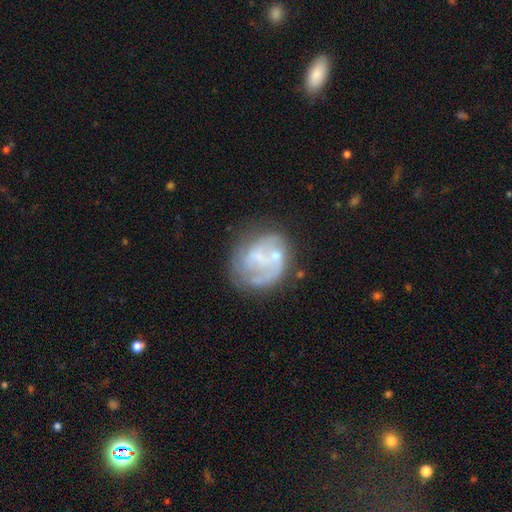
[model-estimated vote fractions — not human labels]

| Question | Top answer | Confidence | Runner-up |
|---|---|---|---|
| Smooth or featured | featured or disk | 65% | smooth (27%) |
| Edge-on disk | no | 98% | yes (2%) |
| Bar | no | 66% | weak (28%) |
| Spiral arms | yes | 57% | no (43%) |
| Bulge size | small | 41% | none (34%) |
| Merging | none | 49% | minor disturbance (21%) |